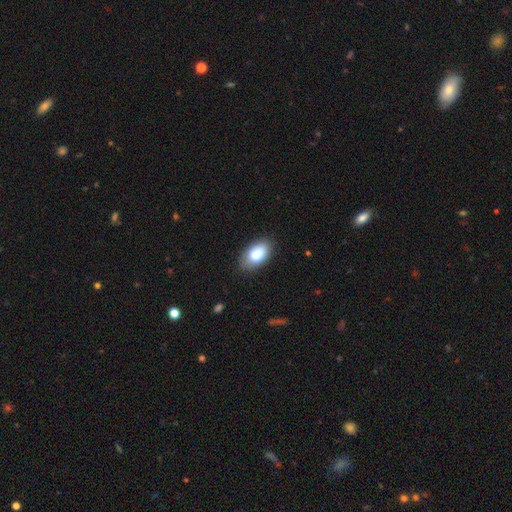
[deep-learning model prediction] Smooth or featured? Predicted: smooth (p=0.83). How rounded? Predicted: in between (p=0.93). Merging? Predicted: none (p=0.85).